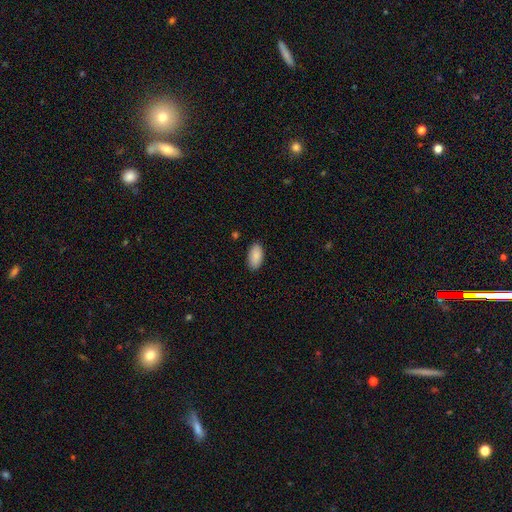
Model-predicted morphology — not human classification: This appears to be a smooth galaxy with no disk features (89%) that is in between round and cigar-shaped (95%). Merging: none (88%).